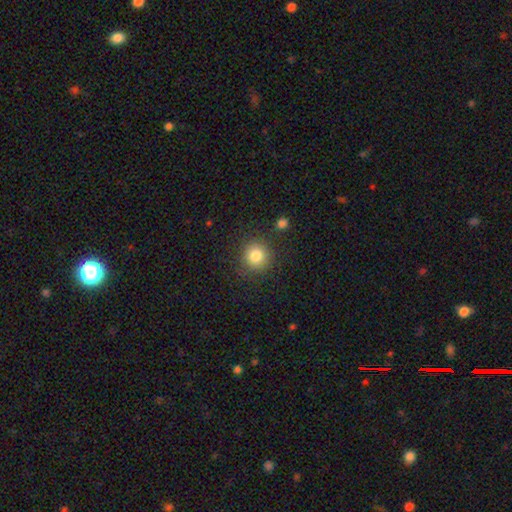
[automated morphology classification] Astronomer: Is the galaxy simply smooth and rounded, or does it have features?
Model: smooth — 83%.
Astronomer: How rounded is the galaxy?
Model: round — 92%.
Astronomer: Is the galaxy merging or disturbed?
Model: none — 84%.